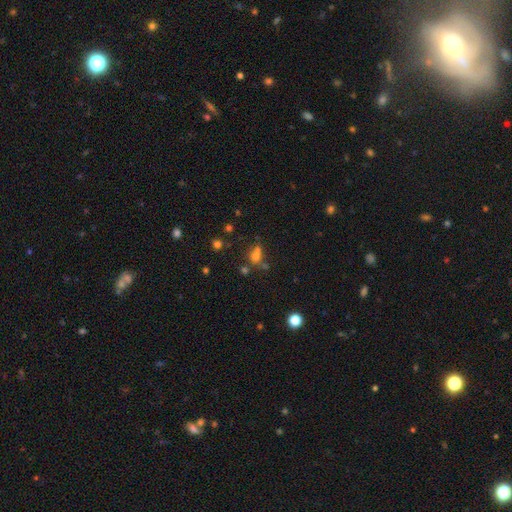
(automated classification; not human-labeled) smooth 61%, star or artifact 25%, featured or disk 14%. Down the decision tree: how rounded — round (67%); merging — none (42%).